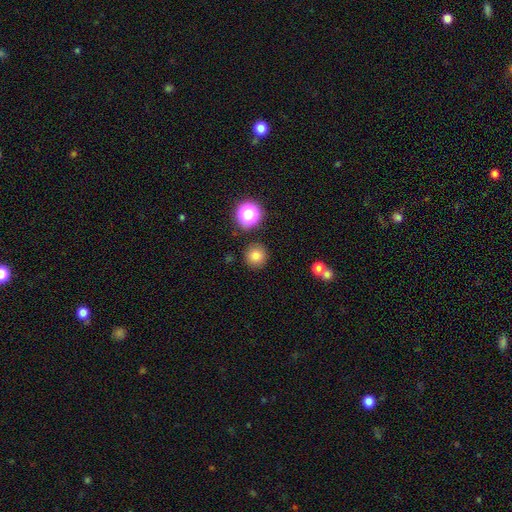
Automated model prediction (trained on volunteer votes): Smooth or featured: smooth — 80% (star or artifact — 14%)
How rounded: round — 94% (in between — 5%)
Merging: none — 88% (minor disturbance — 6%)